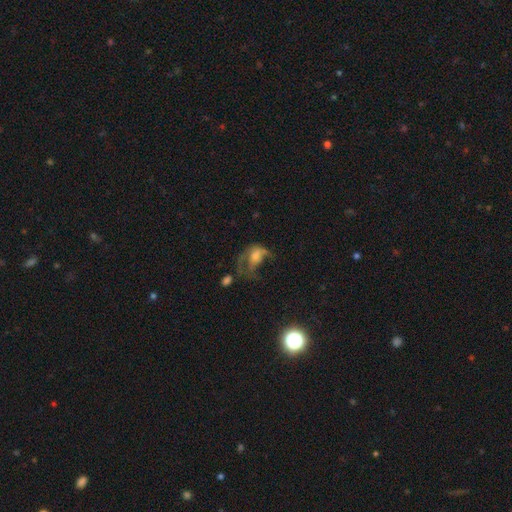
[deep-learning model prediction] A featured or disk galaxy (49%).

Vote fractions:
- Smooth or featured? featured or disk: 49% / smooth: 35% / star or artifact: 17%
- Merging? major disturbance: 58% / none: 21% / minor disturbance: 15% / merger: 6%